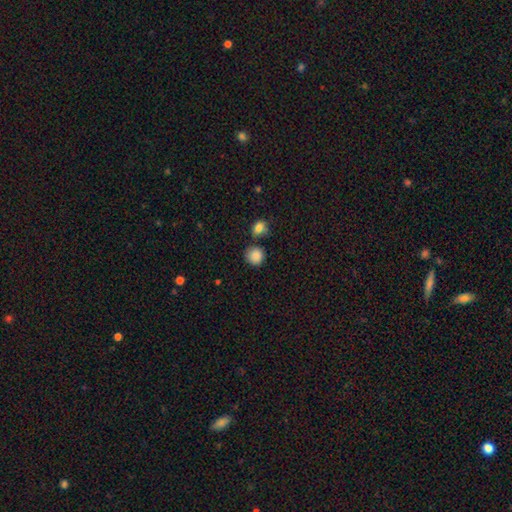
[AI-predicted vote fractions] A smooth galaxy with no disk features (87%) that is round (87%).

Vote fractions:
- Smooth or featured? smooth: 87% / star or artifact: 9% / featured or disk: 4%
- How rounded? round: 87% / in between: 12% / cigar-shaped: 1%
- Merging? none: 72% / minor disturbance: 14% / merger: 10% / major disturbance: 4%